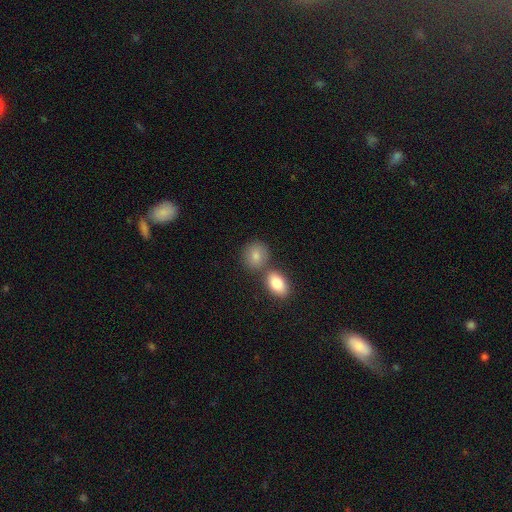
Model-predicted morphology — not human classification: type=smooth (83%); roundness=round (62%); merging=none (58%).